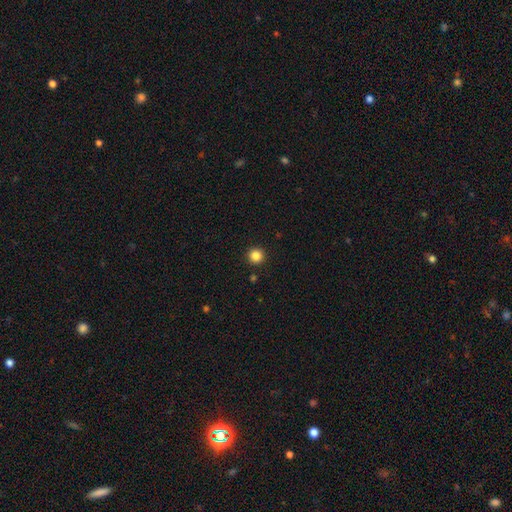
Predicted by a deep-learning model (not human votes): The model was most divided on "smooth or featured": smooth: 85%, star or artifact: 11%, featured or disk: 4%. More confident: how rounded — round (96%); merging — none (93%).